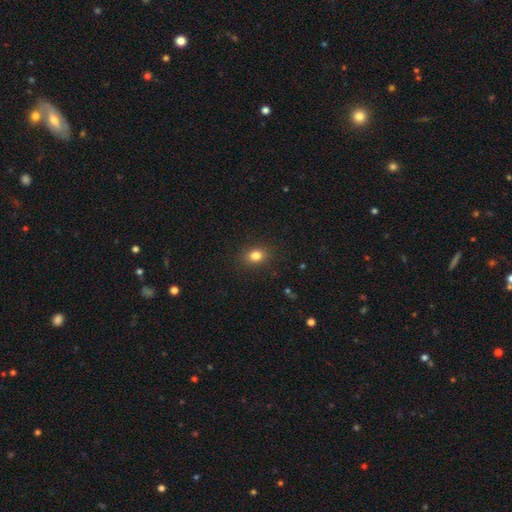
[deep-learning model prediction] smooth 82%, star or artifact 12%, featured or disk 6%. Down the decision tree: how rounded — in between (53%); merging — none (88%).